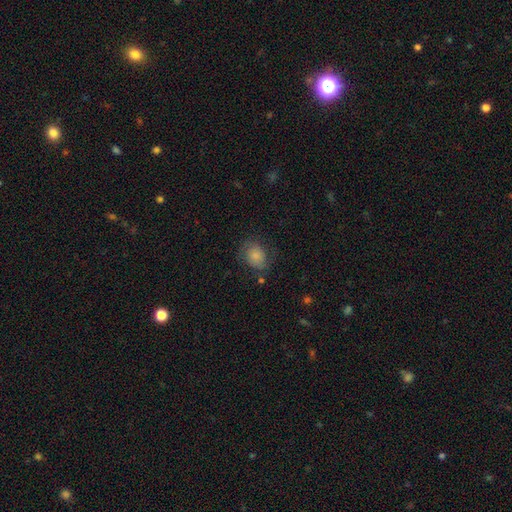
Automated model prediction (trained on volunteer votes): This appears to be a smooth galaxy with no disk features (68%) that is round (54%). Merging: none (64%).